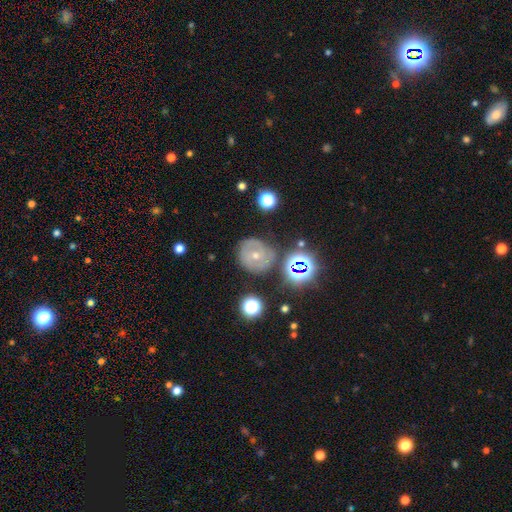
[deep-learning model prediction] Smooth or featured?
  - featured or disk: 58% *
  - smooth: 25%
  - star or artifact: 17%
Edge-on disk?
  - no: 96% *
  - yes: 4%
Bar?
  - no: 65% *
  - weak: 25%
  - strong: 10%
Spiral arms?
  - yes: 75% *
  - no: 25%
Bulge size?
  - small: 58% *
  - moderate: 39%
  - large: 1%
  - none: 1%
  - dominant: 1%
Merging?
  - none: 73% *
  - minor disturbance: 16%
  - major disturbance: 6%
  - merger: 4%